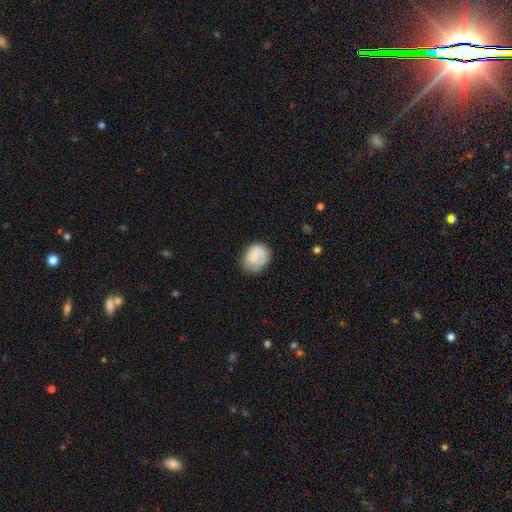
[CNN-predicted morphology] Smooth or featured? smooth (72%)
How rounded? in between (51%)
Merging? none (62%)